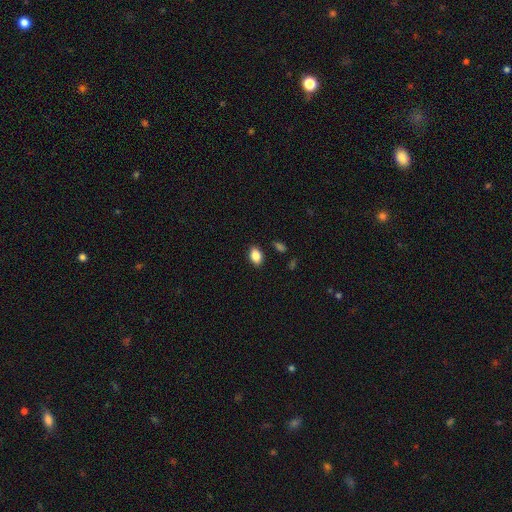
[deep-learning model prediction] A smooth galaxy with no disk features (86%) that is in between round and cigar-shaped (86%). Merging: none (87%).